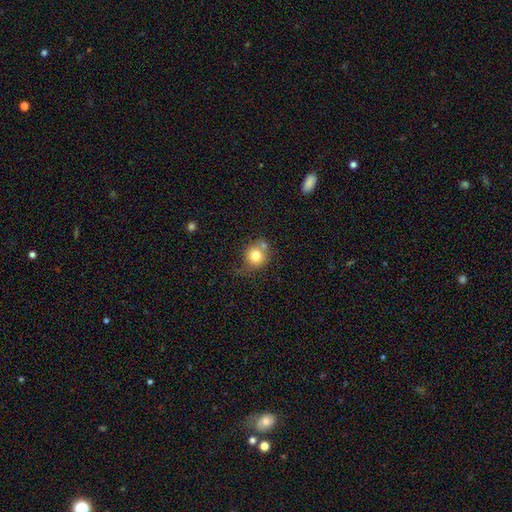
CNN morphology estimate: The model was most divided on "merging": none: 51%, merger: 25%, minor disturbance: 18%, major disturbance: 7%. More confident: how rounded — round (84%); smooth or featured — smooth (77%).